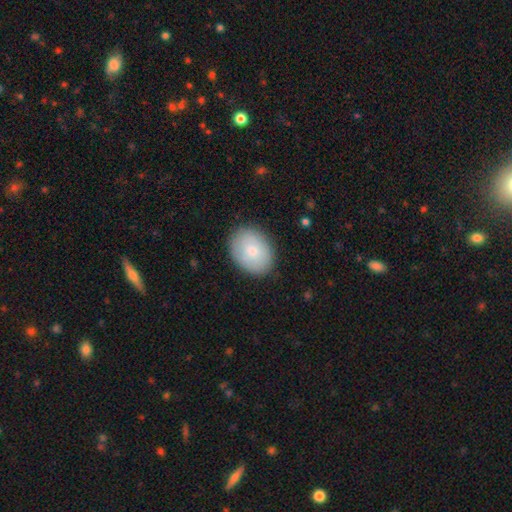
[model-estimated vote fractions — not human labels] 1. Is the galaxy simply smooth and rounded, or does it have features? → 77% smooth, 17% featured or disk, 7% star or artifact.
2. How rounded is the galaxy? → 66% in between, 33% round, 1% cigar-shaped.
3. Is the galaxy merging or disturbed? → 85% none, 11% minor disturbance, 3% major disturbance, 1% merger.